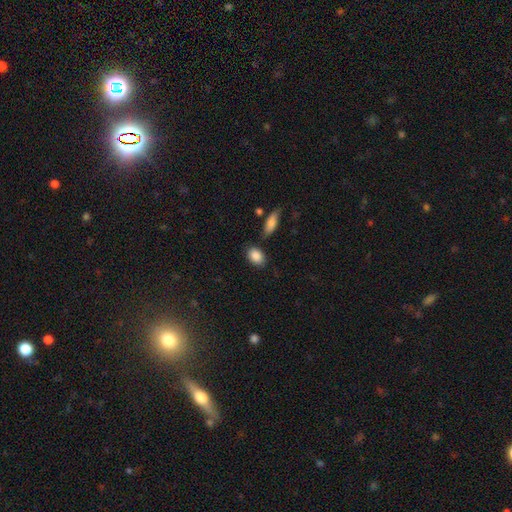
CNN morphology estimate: A smooth galaxy with no disk features (88%) that is in between round and cigar-shaped (80%).

Vote fractions:
- Smooth or featured? smooth: 88% / star or artifact: 7% / featured or disk: 5%
- How rounded? in between: 80% / round: 18% / cigar-shaped: 2%
- Merging? none: 78% / minor disturbance: 13% / merger: 6% / major disturbance: 3%